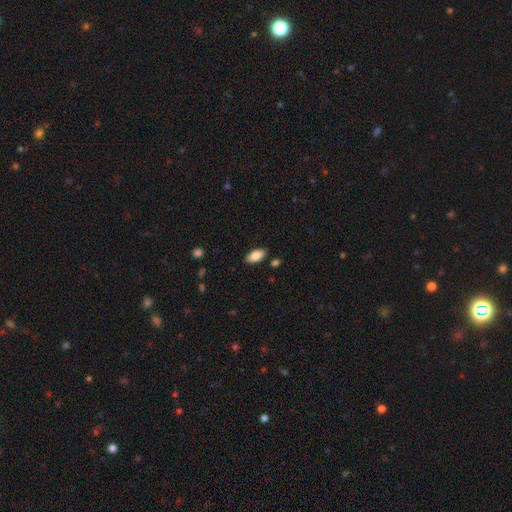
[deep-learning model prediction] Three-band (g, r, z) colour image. It shows a smooth galaxy with no disk features (85%) that is in between round and cigar-shaped (92%). Merging: none (87%).